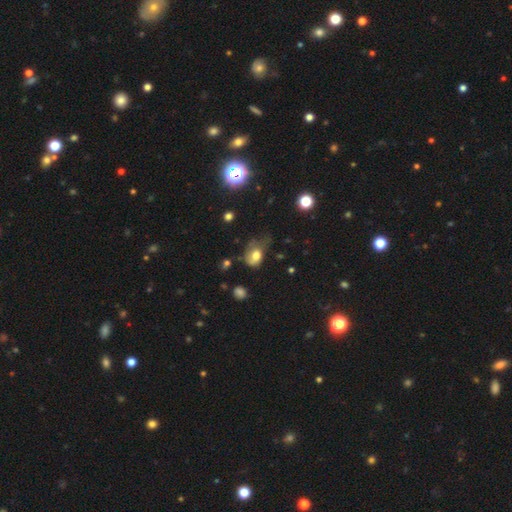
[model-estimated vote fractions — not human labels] This appears to be a smooth galaxy with no disk features (70%) that is in between round and cigar-shaped (70%). Merging: minor disturbance (36%, tied with major disturbance).